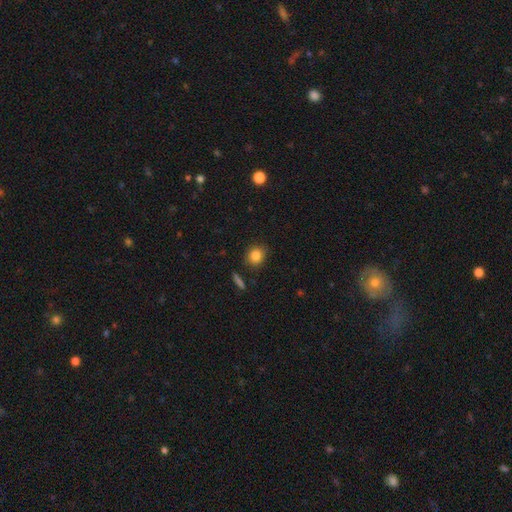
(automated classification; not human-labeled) A smooth galaxy with no disk features (84%) that is round (77%).

Vote fractions:
- Smooth or featured? smooth: 84% / star or artifact: 10% / featured or disk: 6%
- How rounded? round: 77% / in between: 21% / cigar-shaped: 2%
- Merging? none: 86% / minor disturbance: 10% / major disturbance: 2% / merger: 2%